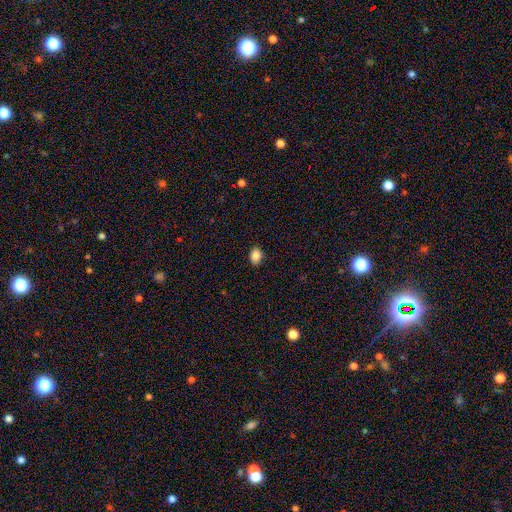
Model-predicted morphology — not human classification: Q: Smooth or featured?
A: smooth (87%); runner-up: star or artifact (9%)
Q: How rounded?
A: in between (66%); runner-up: round (33%)
Q: Merging?
A: none (89%); runner-up: minor disturbance (8%)